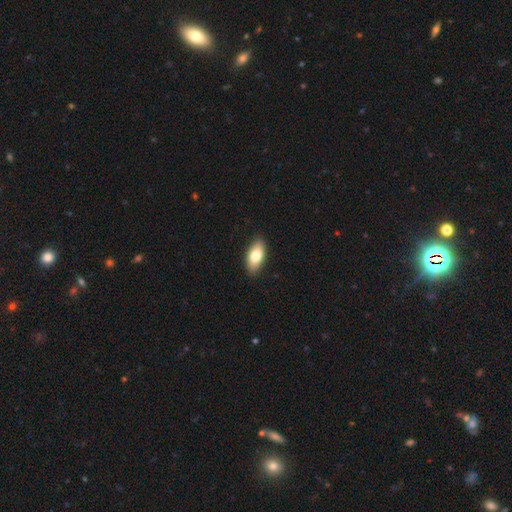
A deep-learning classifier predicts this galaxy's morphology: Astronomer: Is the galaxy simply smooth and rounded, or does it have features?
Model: smooth — 79%.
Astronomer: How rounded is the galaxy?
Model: in between — 89%.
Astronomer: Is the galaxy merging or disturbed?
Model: none — 89%.